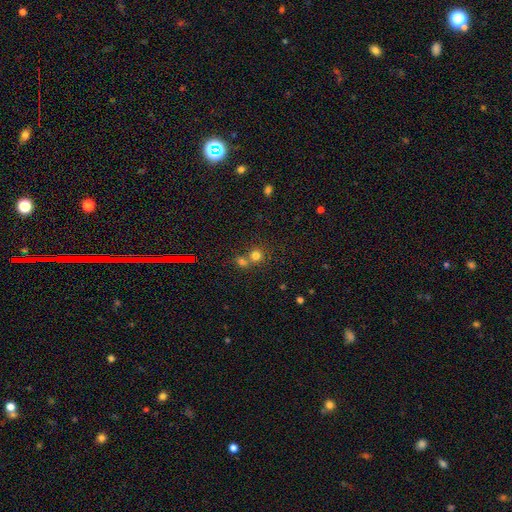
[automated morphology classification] The model was most divided on "merging": none: 48%, merger: 44%, minor disturbance: 6%, major disturbance: 3%. More confident: how rounded — round (87%); smooth or featured — smooth (74%).